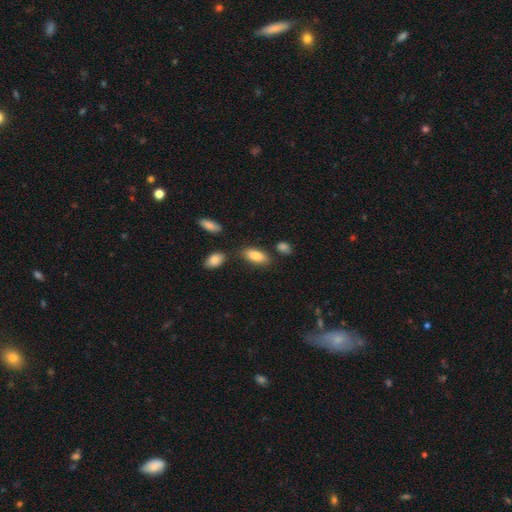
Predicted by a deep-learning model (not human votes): Smooth or featured?
  - smooth: 83% *
  - featured or disk: 10%
  - star or artifact: 7%
How rounded?
  - in between: 86% *
  - cigar-shaped: 12%
  - round: 2%
Merging?
  - none: 75% *
  - minor disturbance: 14%
  - merger: 7%
  - major disturbance: 3%